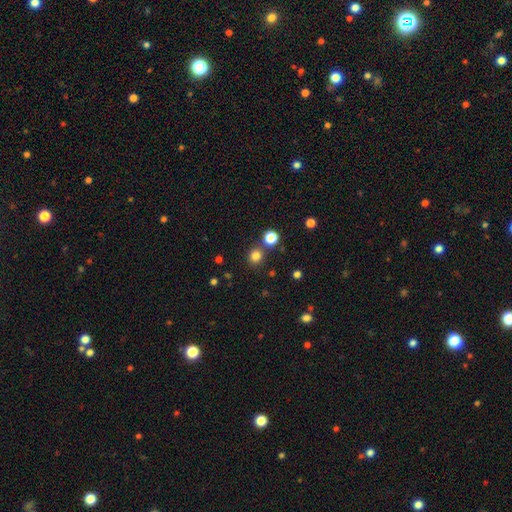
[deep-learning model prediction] Morphology: type=smooth (80%); roundness=round (90%); merging=none (79%).